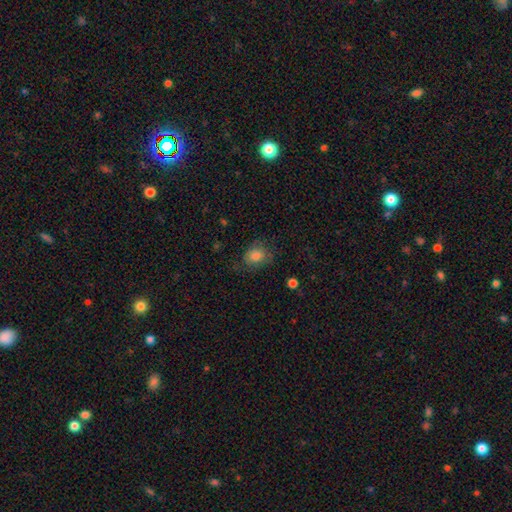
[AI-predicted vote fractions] This is likely a smooth galaxy (78%). How rounded: possibly in between (56%). Merging: likely none (67%).